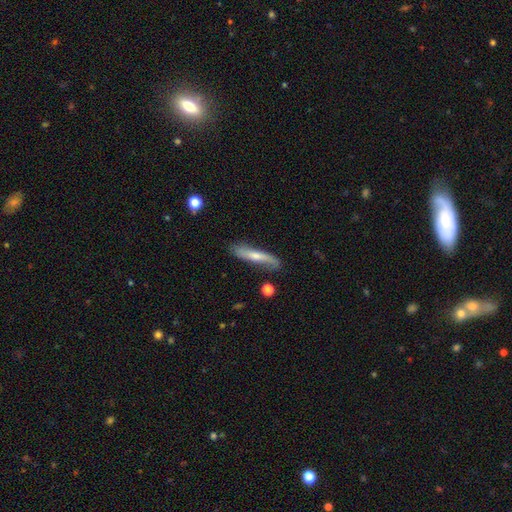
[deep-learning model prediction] smooth 52%, featured or disk 42%, star or artifact 7%. Down the decision tree: how rounded — cigar-shaped (85%); merging — none (71%).